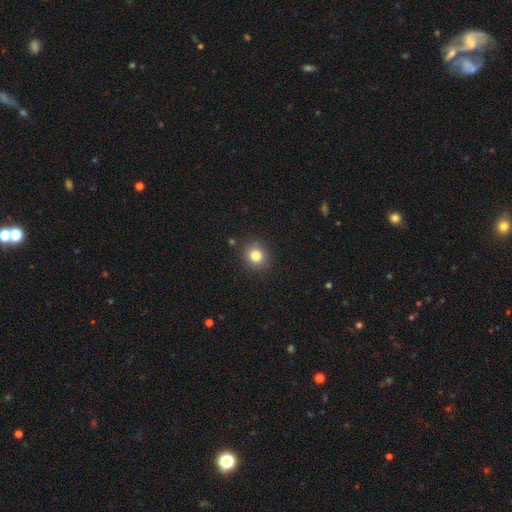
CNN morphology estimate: Q: Smooth or featured?
A: smooth (82%); runner-up: star or artifact (11%)
Q: How rounded?
A: round (80%); runner-up: in between (19%)
Q: Merging?
A: none (87%); runner-up: minor disturbance (9%)